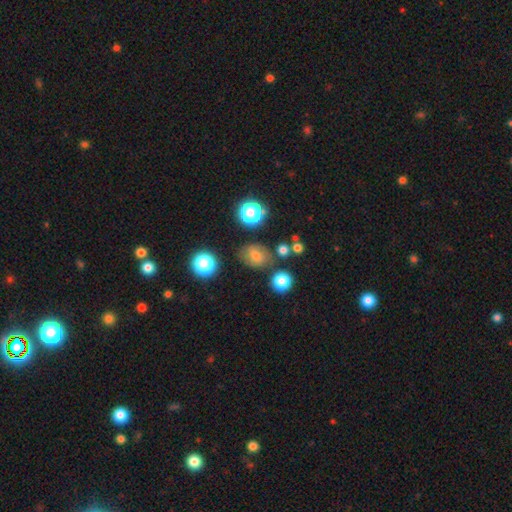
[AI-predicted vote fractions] A smooth galaxy with no disk features (57%) that is in between round and cigar-shaped (53%).

Vote fractions:
- Smooth or featured? smooth: 57% / featured or disk: 25% / star or artifact: 19%
- How rounded? in between: 53% / round: 46% / cigar-shaped: 1%
- Merging? none: 71% / minor disturbance: 17% / major disturbance: 6% / merger: 5%